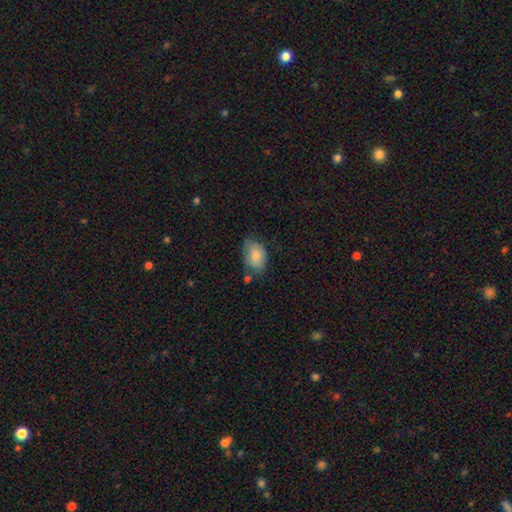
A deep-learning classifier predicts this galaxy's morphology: Overall: smooth (80%). How rounded: in between (84%). Merging: none (56%; minor disturbance 31%).